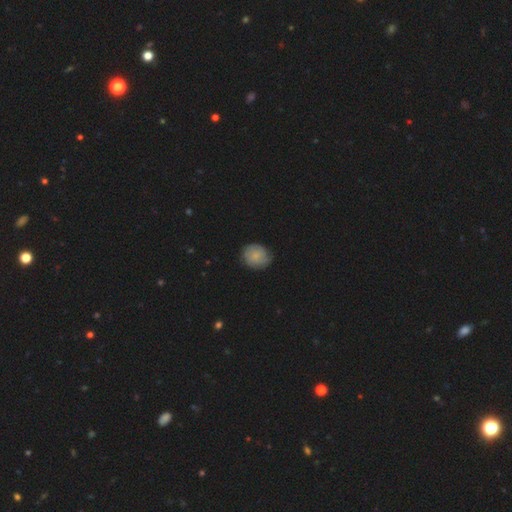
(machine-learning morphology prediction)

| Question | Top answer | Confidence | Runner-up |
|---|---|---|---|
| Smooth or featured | smooth | 65% | featured or disk (28%) |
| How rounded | round | 74% | in between (25%) |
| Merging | none | 77% | minor disturbance (18%) |